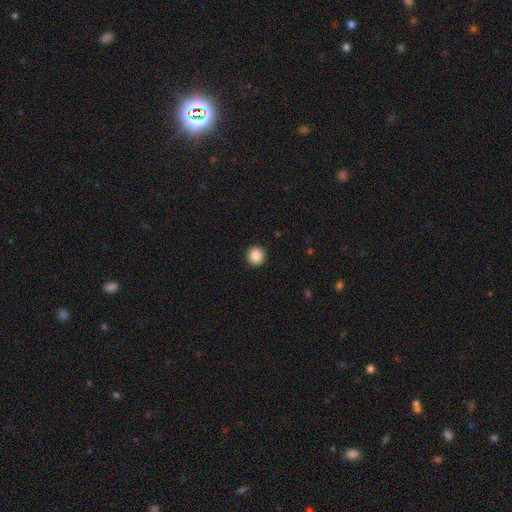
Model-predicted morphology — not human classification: Q: Smooth or featured?
A: smooth (88%); runner-up: star or artifact (9%)
Q: How rounded?
A: round (95%); runner-up: in between (4%)
Q: Merging?
A: none (94%); runner-up: minor disturbance (4%)